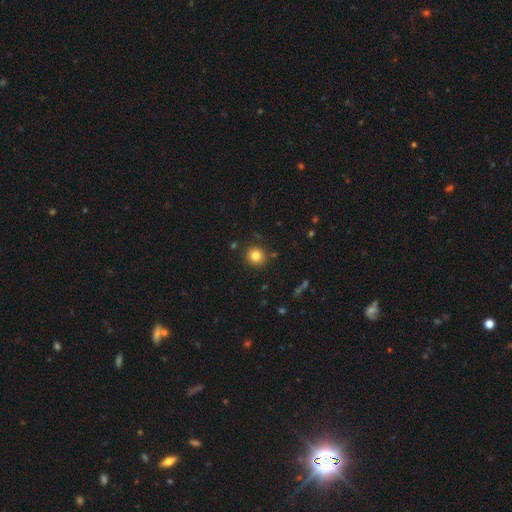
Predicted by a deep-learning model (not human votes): smooth-or-featured: smooth: 82% | star or artifact: 12% | featured or disk: 6%
  how-rounded: round: 88% | in between: 11% | cigar-shaped: 1%
  merging: none: 87% | minor disturbance: 8% | merger: 3% | major disturbance: 2%